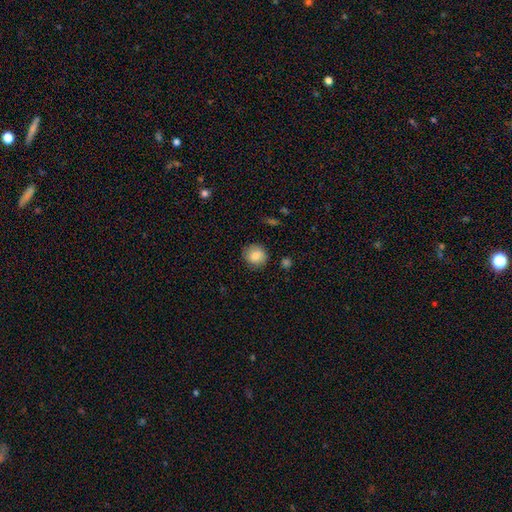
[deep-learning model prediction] Smooth or featured?
  - smooth: 84% *
  - star or artifact: 8%
  - featured or disk: 8%
How rounded?
  - round: 85% *
  - in between: 14%
  - cigar-shaped: 1%
Merging?
  - none: 84% *
  - minor disturbance: 12%
  - major disturbance: 3%
  - merger: 2%